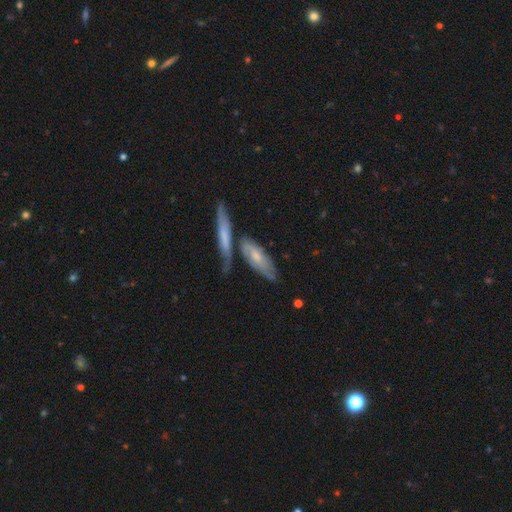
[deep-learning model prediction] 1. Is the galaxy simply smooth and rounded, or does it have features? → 56% featured or disk, 37% smooth, 7% star or artifact.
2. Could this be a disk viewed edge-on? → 61% no, 39% yes.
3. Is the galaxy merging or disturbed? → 47% none, 33% merger, 14% minor disturbance, 5% major disturbance.